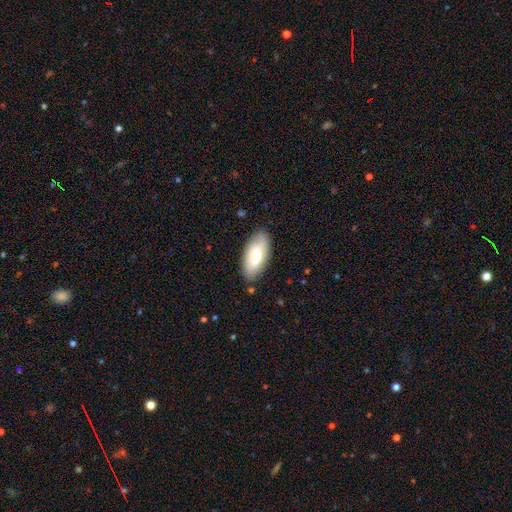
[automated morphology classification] A smooth galaxy with no disk features (68%) that is in between round and cigar-shaped (87%).

Vote fractions:
- Smooth or featured? smooth: 68% / featured or disk: 26% / star or artifact: 6%
- How rounded? in between: 87% / cigar-shaped: 11% / round: 2%
- Merging? none: 84% / minor disturbance: 12% / major disturbance: 3% / merger: 1%